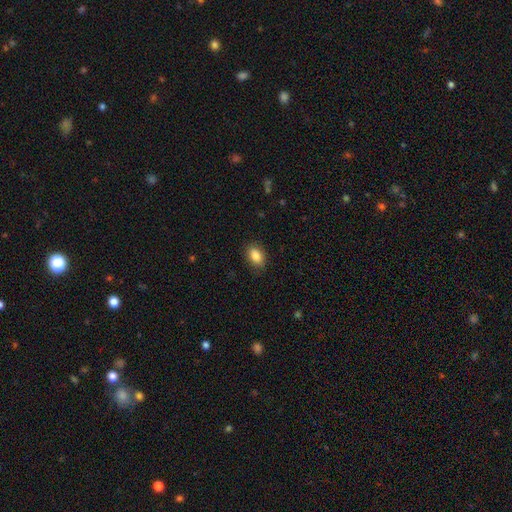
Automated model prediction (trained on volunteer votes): smooth 86%, star or artifact 8%, featured or disk 6%. Down the decision tree: how rounded — in between (86%); merging — none (86%).